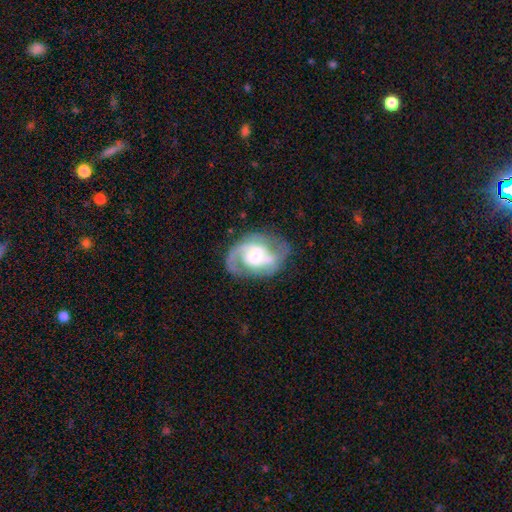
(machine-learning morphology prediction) The model was most divided on "bar": weak: 47%, no: 35%, strong: 18%. Remaining: edge-on disk — no (97%); spiral arms — yes (93%); smooth or featured — featured or disk (83%); spiral arm count — 2 (76%); merging — none (66%); spiral winding — medium (51%); bulge size — moderate (48%).